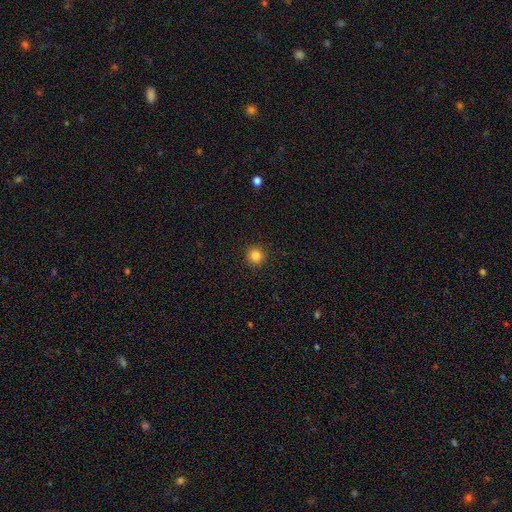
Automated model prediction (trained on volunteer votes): smooth 85%, star or artifact 11%, featured or disk 4%. Down the decision tree: how rounded — round (93%); merging — none (91%).